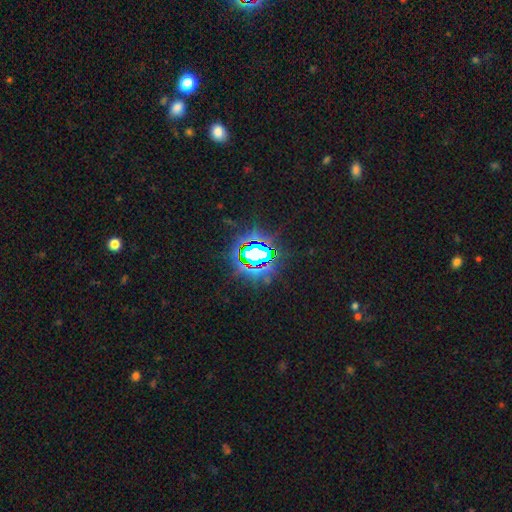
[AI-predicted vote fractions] Overall: star or artifact (78%).